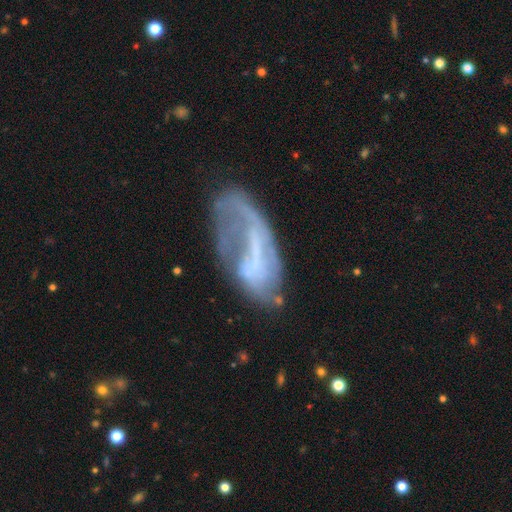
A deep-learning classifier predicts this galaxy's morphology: Smooth or featured?
  - featured or disk: 65% *
  - smooth: 26%
  - star or artifact: 9%
Edge-on disk?
  - no: 93% *
  - yes: 7%
Bar?
  - no: 44% *
  - weak: 32%
  - strong: 23%
Spiral arms?
  - yes: 53% *
  - no: 47%
Bulge size?
  - none: 59% *
  - small: 23%
  - moderate: 12%
  - large: 4%
  - dominant: 2%
Merging?
  - none: 36% *
  - major disturbance: 35%
  - minor disturbance: 24%
  - merger: 6%